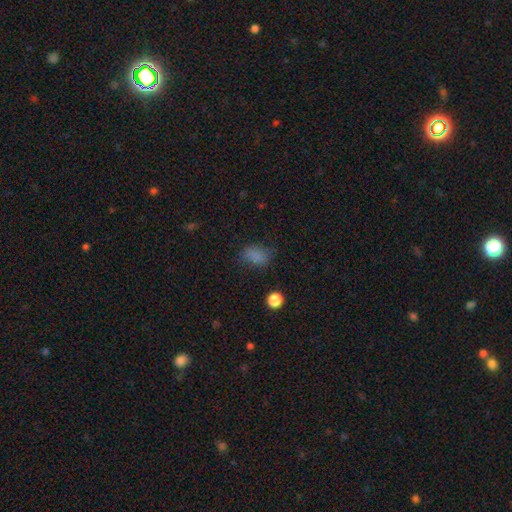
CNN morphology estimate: The model was most divided on "merging": none: 70%, minor disturbance: 21%, major disturbance: 7%, merger: 2%. More confident: smooth or featured — smooth (80%); how rounded — in between (79%).